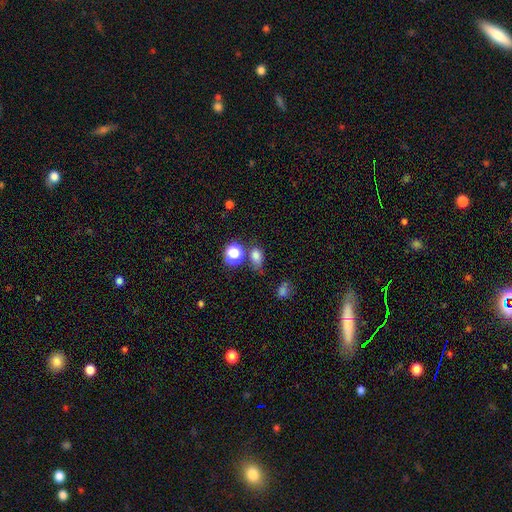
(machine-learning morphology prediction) Q: Smooth or featured?
A: smooth (74%); runner-up: star or artifact (19%)
Q: How rounded?
A: in between (65%); runner-up: round (33%)
Q: Merging?
A: none (62%); runner-up: minor disturbance (20%)